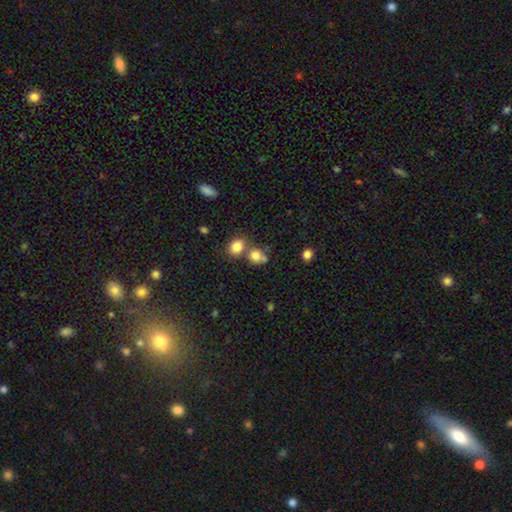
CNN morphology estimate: type=smooth (80%); roundness=round (74%); merging=none (48%).